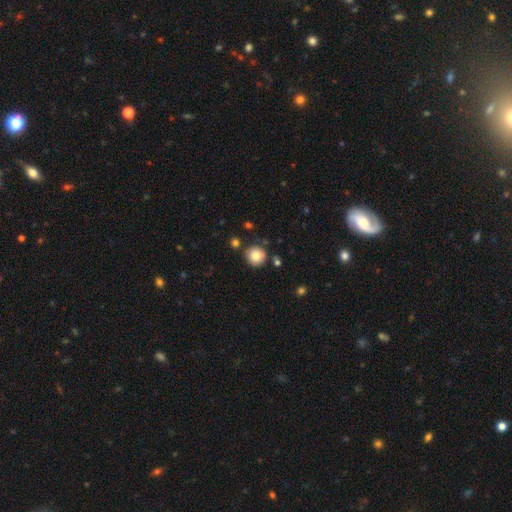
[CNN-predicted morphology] Smooth or featured?
  - smooth: 81% *
  - star or artifact: 10%
  - featured or disk: 10%
How rounded?
  - round: 92% *
  - in between: 7%
  - cigar-shaped: 1%
Merging?
  - none: 84% *
  - minor disturbance: 9%
  - merger: 5%
  - major disturbance: 2%